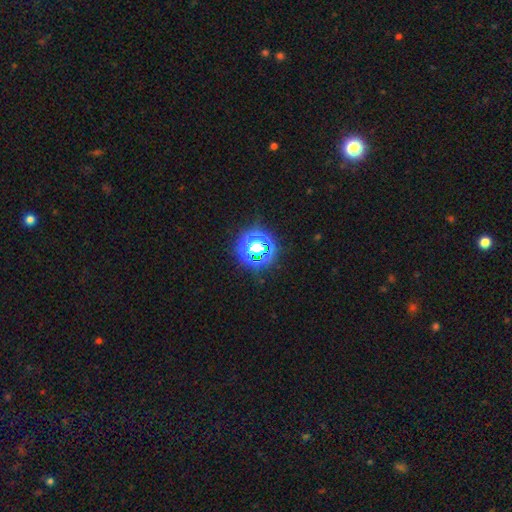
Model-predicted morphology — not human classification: star or artifact 75%, smooth 19%, featured or disk 6%.